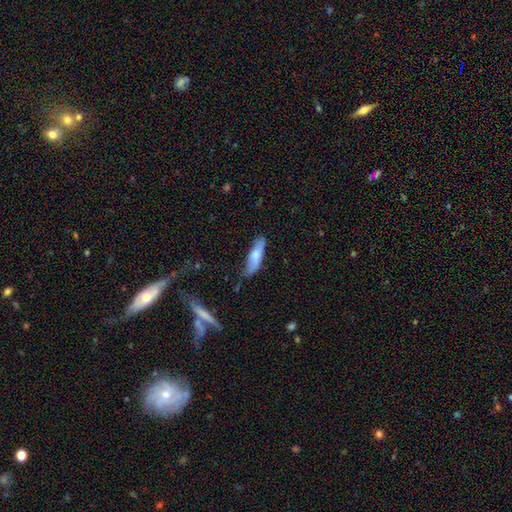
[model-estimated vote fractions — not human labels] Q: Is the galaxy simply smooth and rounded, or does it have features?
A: smooth — 69%.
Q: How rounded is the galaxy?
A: cigar-shaped — 60%.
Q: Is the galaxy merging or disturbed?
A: none — 64%.